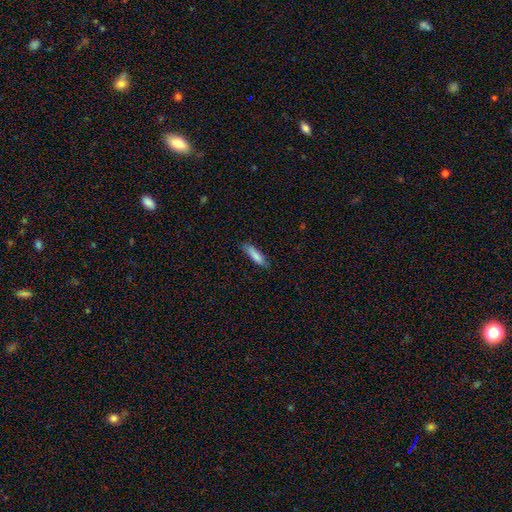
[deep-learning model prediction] Overall: smooth (83%). How rounded: cigar-shaped (71%). Merging: none (80%).